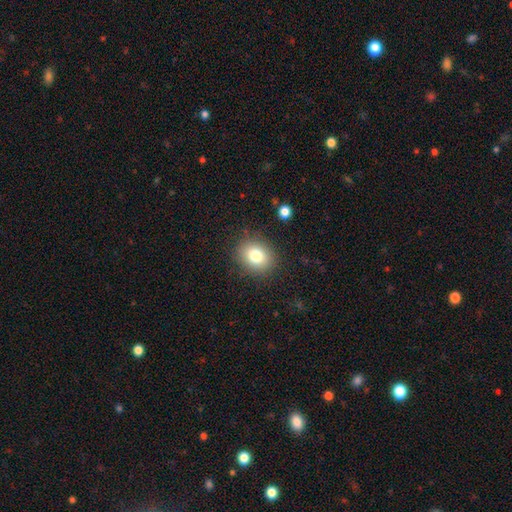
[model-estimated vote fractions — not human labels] A smooth galaxy with no disk features (79%) that is round (60%).

Vote fractions:
- Smooth or featured? smooth: 79% / star or artifact: 11% / featured or disk: 10%
- How rounded? round: 60% / in between: 39% / cigar-shaped: 1%
- Merging? none: 86% / minor disturbance: 9% / major disturbance: 3% / merger: 1%